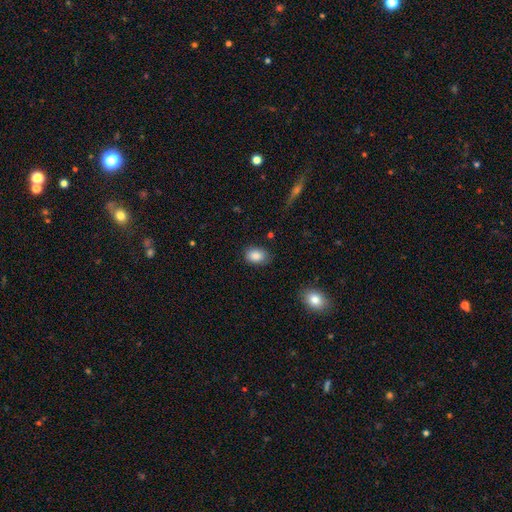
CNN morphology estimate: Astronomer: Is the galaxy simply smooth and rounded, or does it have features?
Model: smooth — 87%.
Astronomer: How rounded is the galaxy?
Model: in between — 79%.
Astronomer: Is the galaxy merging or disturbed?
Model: none — 81%.